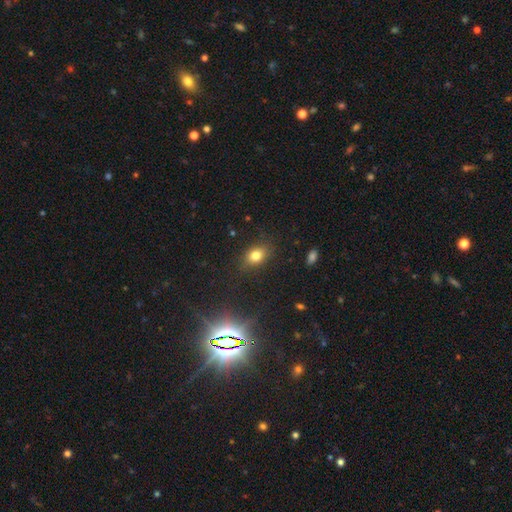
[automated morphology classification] A smooth galaxy with no disk features (78%) that is in between round and cigar-shaped (69%).

Vote fractions:
- Smooth or featured? smooth: 78% / star or artifact: 14% / featured or disk: 9%
- How rounded? in between: 69% / round: 29% / cigar-shaped: 2%
- Merging? none: 83% / minor disturbance: 12% / major disturbance: 3% / merger: 1%